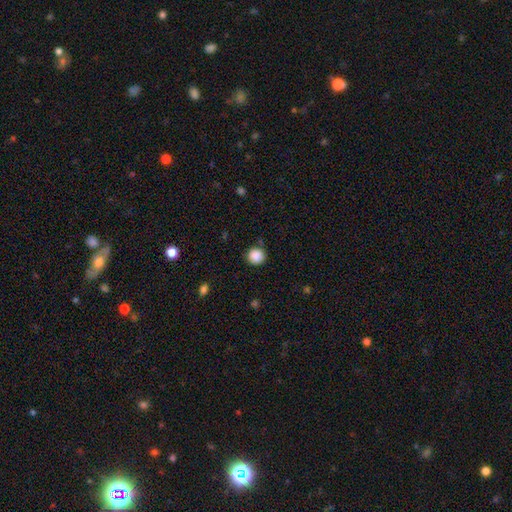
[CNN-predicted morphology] smooth 87%, star or artifact 10%, featured or disk 3%. Down the decision tree: how rounded — round (93%); merging — none (85%).